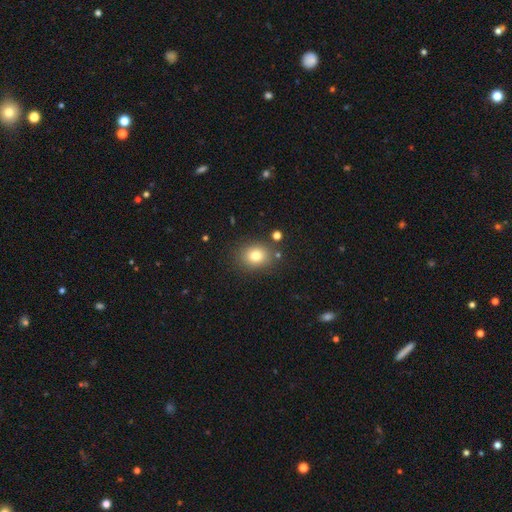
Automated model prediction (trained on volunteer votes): Smooth or featured?
  - smooth: 78% *
  - star or artifact: 13%
  - featured or disk: 10%
How rounded?
  - round: 57% *
  - in between: 42%
  - cigar-shaped: 1%
Merging?
  - none: 82% *
  - minor disturbance: 10%
  - merger: 4%
  - major disturbance: 4%